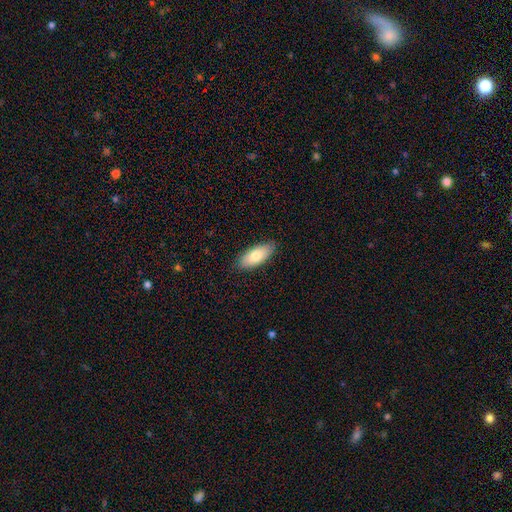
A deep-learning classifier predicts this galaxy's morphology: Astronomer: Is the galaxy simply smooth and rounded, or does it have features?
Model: smooth — 76%.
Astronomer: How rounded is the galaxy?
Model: in between — 86%.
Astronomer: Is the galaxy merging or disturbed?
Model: none — 86%.